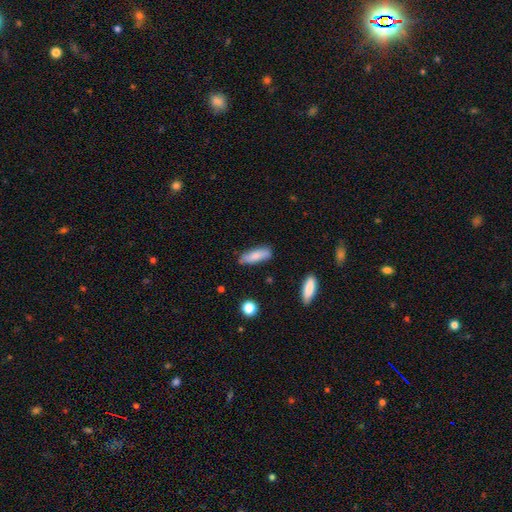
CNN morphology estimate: Smooth or featured?
  - smooth: 83% *
  - featured or disk: 11%
  - star or artifact: 7%
How rounded?
  - in between: 49% * (tied)
  - cigar-shaped: 49% * (tied)
  - round: 2%
Merging?
  - none: 80% *
  - minor disturbance: 15%
  - major disturbance: 3%
  - merger: 2%